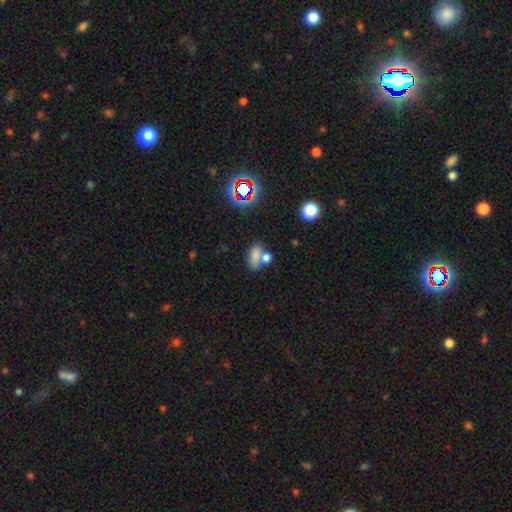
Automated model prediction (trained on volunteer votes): A smooth galaxy with no disk features (72%) that is in between round and cigar-shaped (82%).

Vote fractions:
- Smooth or featured? smooth: 72% / star or artifact: 16% / featured or disk: 12%
- How rounded? in between: 82% / round: 13% / cigar-shaped: 5%
- Merging? none: 43% / merger: 38% / minor disturbance: 13% / major disturbance: 6%